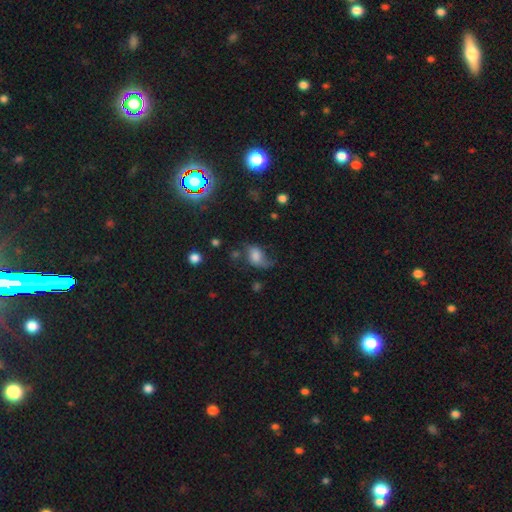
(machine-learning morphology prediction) The model was most divided on "merging": none: 40%, minor disturbance: 30%, major disturbance: 26%, merger: 4%. More confident: how rounded — in between (77%); smooth or featured — smooth (55%).